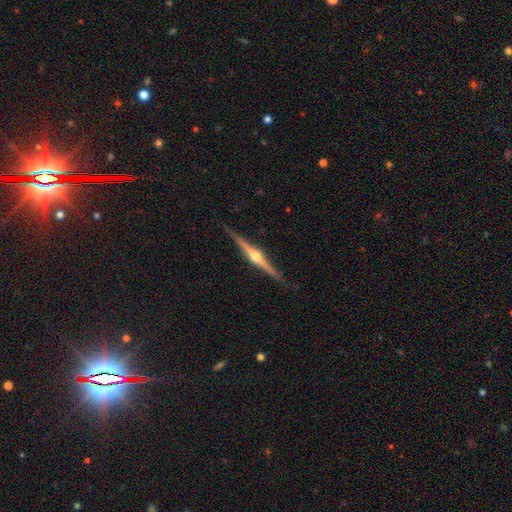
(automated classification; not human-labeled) Morphology: type=featured or disk (85%); edge-on=yes (99%); edge-on bulge=rounded (94%); merging=none (89%).